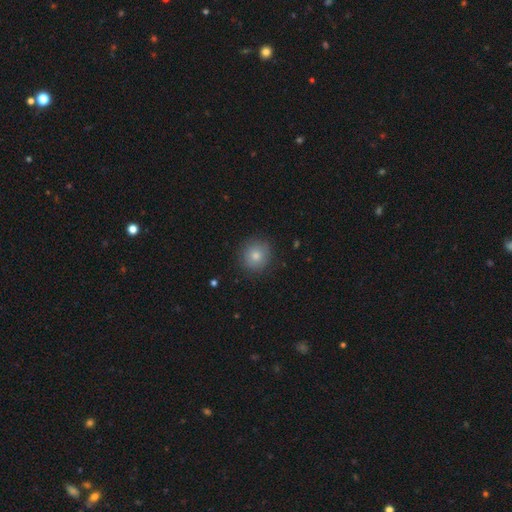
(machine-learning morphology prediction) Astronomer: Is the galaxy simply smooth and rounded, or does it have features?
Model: smooth — 80%.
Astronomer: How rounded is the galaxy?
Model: round — 91%.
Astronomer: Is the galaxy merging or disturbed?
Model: none — 87%.